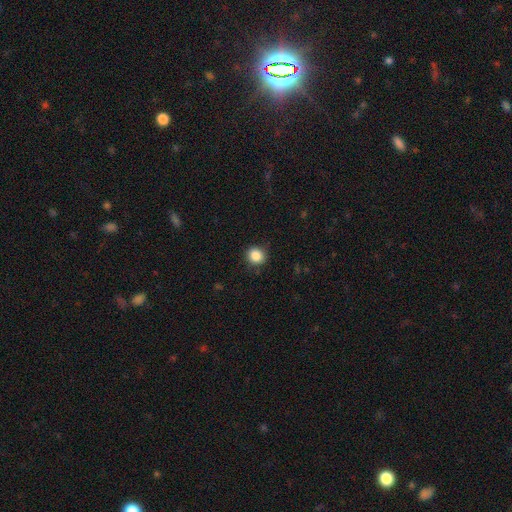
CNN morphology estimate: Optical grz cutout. It shows a smooth galaxy with no disk features (86%) that is round (86%). Merging: none (88%).